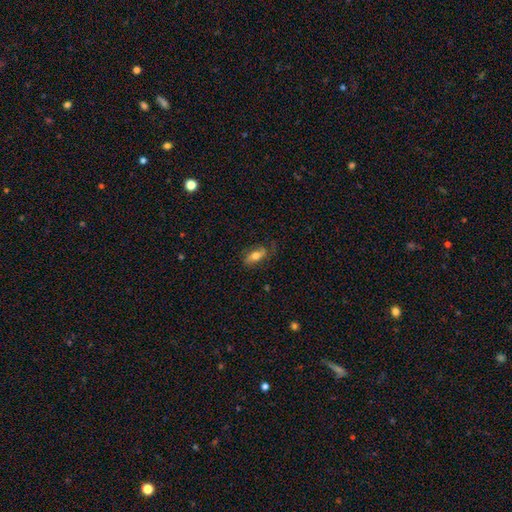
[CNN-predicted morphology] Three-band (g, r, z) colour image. It shows a smooth galaxy with no disk features (62%) that is in between round and cigar-shaped (81%). Merging: none (66%).